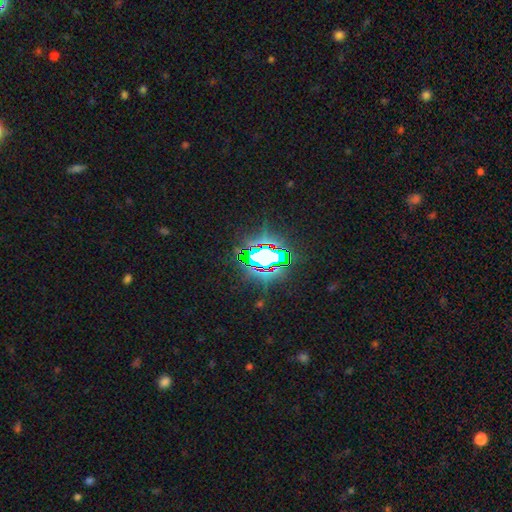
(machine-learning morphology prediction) Overall: star or artifact (82%).